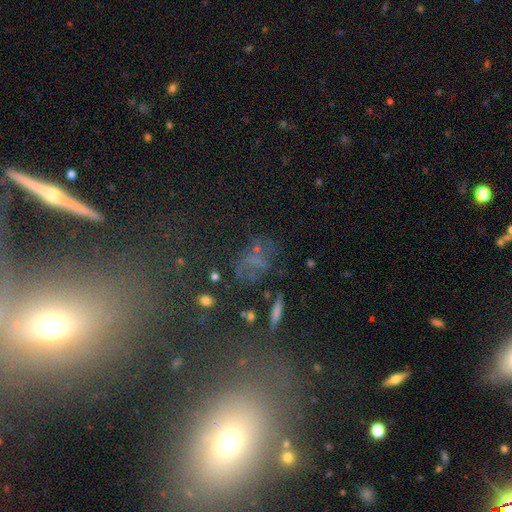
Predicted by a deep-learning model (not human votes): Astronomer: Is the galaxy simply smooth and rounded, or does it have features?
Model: star or artifact — 39% (runner-up: smooth, 33%).